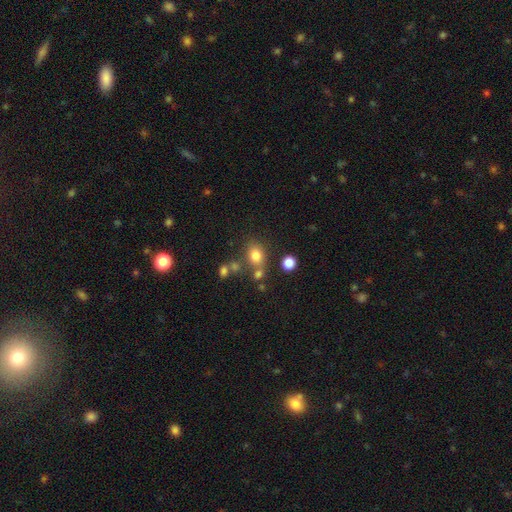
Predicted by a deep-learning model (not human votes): smooth-or-featured: smooth: 77% | star or artifact: 14% | featured or disk: 9%
  how-rounded: round: 50% | in between: 48% | cigar-shaped: 1%
  merging: none: 64% | merger: 17% | minor disturbance: 13% | major disturbance: 6%